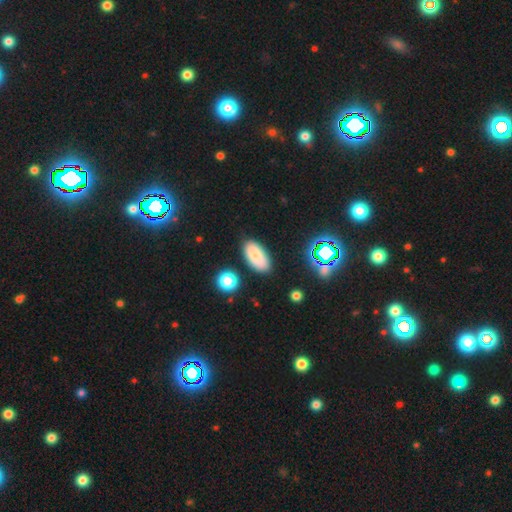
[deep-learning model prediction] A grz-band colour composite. It shows a smooth galaxy with no disk features (82%) that is in between round and cigar-shaped (92%). Merging: none (83%).